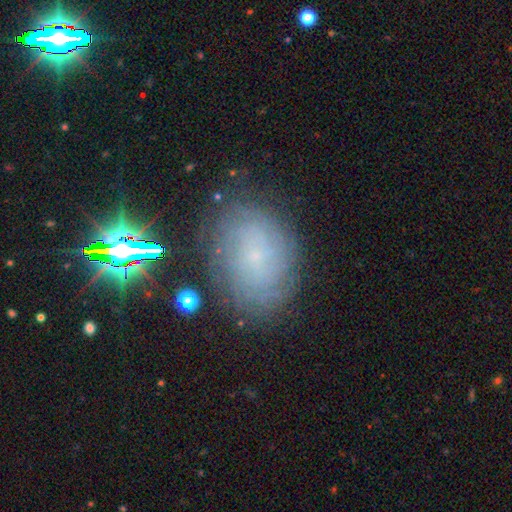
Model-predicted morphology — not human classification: Smooth or featured?
  - featured or disk: 50% *
  - smooth: 29%
  - star or artifact: 20%
Edge-on disk?
  - no: 96% *
  - yes: 4%
Merging?
  - none: 76% *
  - minor disturbance: 16%
  - major disturbance: 6%
  - merger: 2%